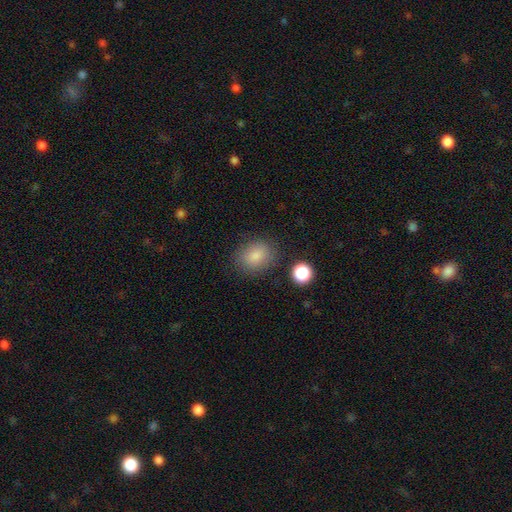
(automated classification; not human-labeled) A smooth galaxy with no disk features (84%) that is round (50%). Merging: none (81%).